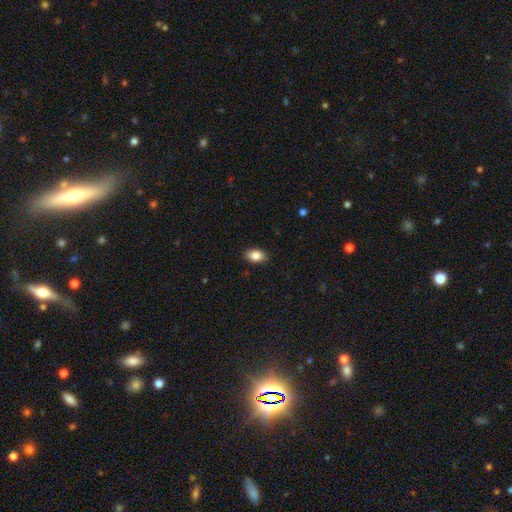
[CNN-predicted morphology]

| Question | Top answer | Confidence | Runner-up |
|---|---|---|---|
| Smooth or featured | smooth | 85% | star or artifact (8%) |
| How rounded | in between | 90% | round (8%) |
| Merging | none | 89% | minor disturbance (9%) |